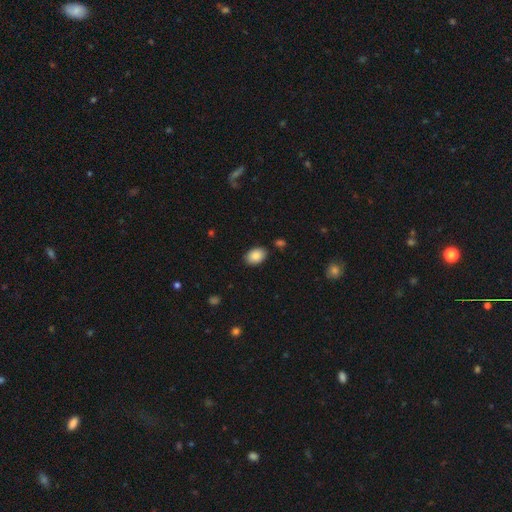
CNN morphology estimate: Overall: smooth (88%). How rounded: in between (85%). Merging: none (86%).